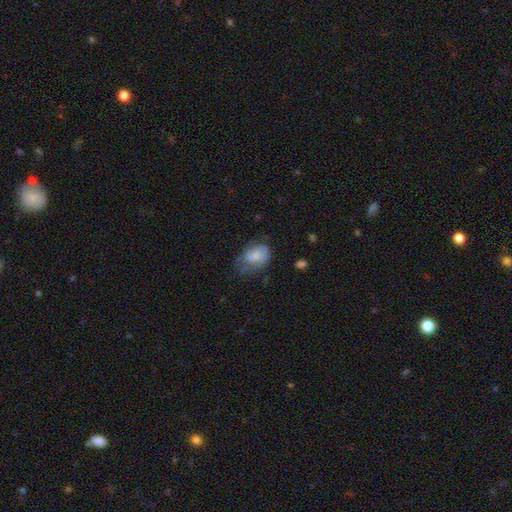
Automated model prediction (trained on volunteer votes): Morphology: type=smooth (60%); roundness=in between (70%); merging=none (40%).